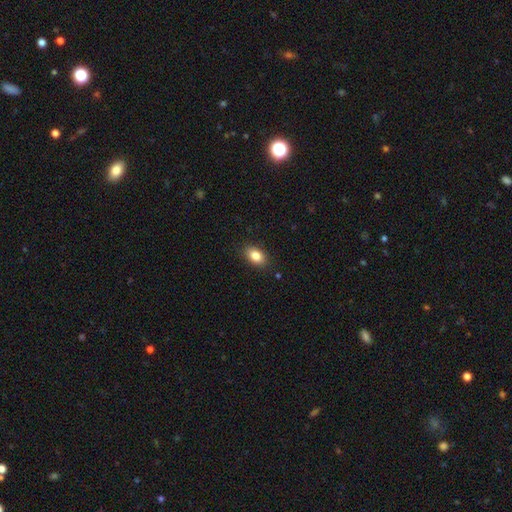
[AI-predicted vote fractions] Q: Smooth or featured?
A: smooth (84%); runner-up: star or artifact (8%)
Q: How rounded?
A: in between (85%); runner-up: round (13%)
Q: Merging?
A: none (87%); runner-up: minor disturbance (9%)